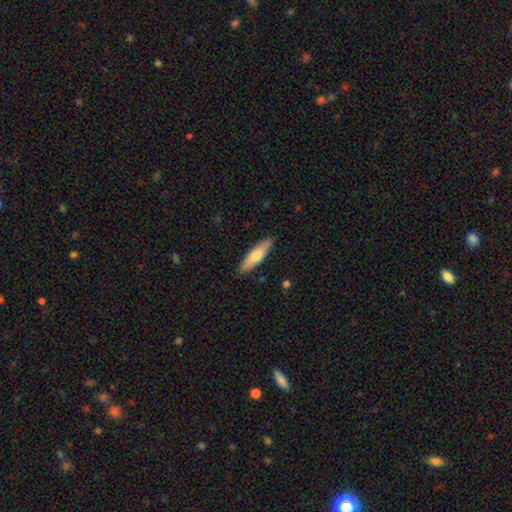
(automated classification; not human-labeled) The model was most divided on "how rounded": cigar-shaped: 62%, in between: 36%, round: 2%. More confident: merging — none (87%); smooth or featured — smooth (69%).